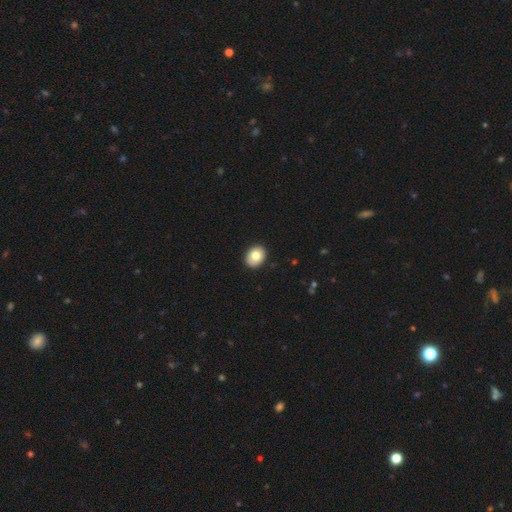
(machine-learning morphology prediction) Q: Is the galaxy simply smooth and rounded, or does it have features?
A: smooth — 79%.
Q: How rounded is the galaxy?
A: in between — 56%.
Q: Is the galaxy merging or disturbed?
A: none — 89%.